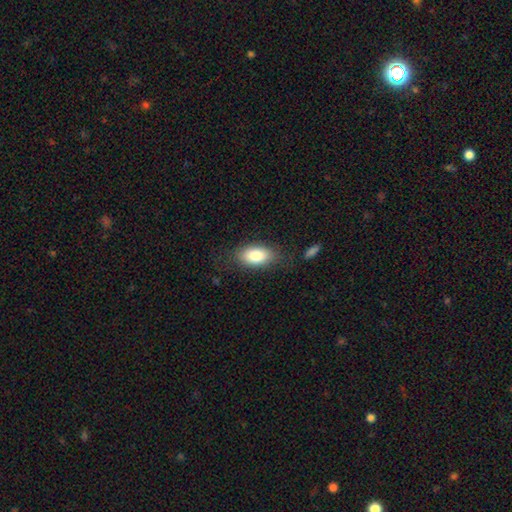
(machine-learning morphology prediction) Smooth or featured?
  - smooth: 83% *
  - featured or disk: 10%
  - star or artifact: 7%
How rounded?
  - in between: 91% *
  - round: 6%
  - cigar-shaped: 3%
Merging?
  - none: 78% *
  - minor disturbance: 15%
  - major disturbance: 5%
  - merger: 2%